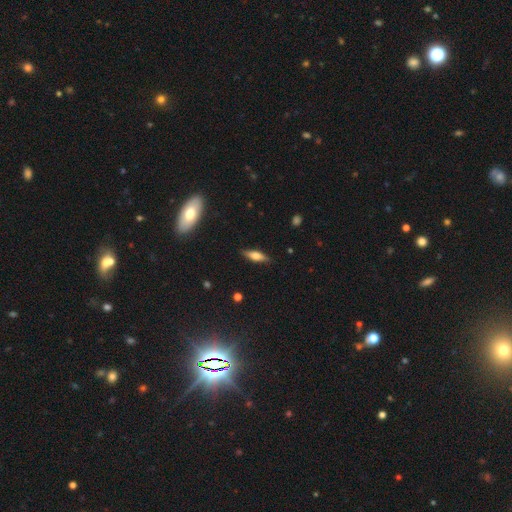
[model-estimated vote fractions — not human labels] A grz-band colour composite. It shows a smooth galaxy with no disk features (53%) that is cigar-shaped (49%). Merging: none (85%).